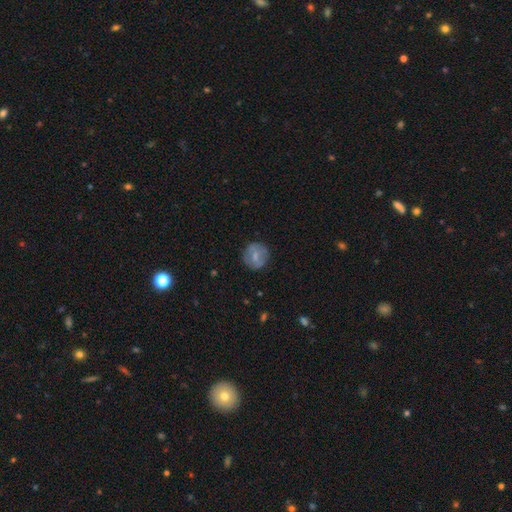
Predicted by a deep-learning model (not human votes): smooth-or-featured: smooth: 61% | featured or disk: 31% | star or artifact: 8%
  how-rounded: round: 89% | in between: 10% | cigar-shaped: 1%
  merging: none: 80% | minor disturbance: 14% | major disturbance: 5% | merger: 1%